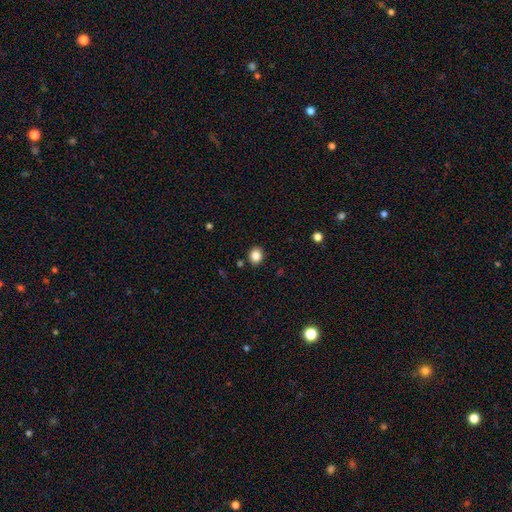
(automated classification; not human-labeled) Smooth or featured?
  - smooth: 85% *
  - star or artifact: 10%
  - featured or disk: 5%
How rounded?
  - round: 61% *
  - in between: 38%
  - cigar-shaped: 1%
Merging?
  - none: 88% *
  - minor disturbance: 8%
  - merger: 2%
  - major disturbance: 2%